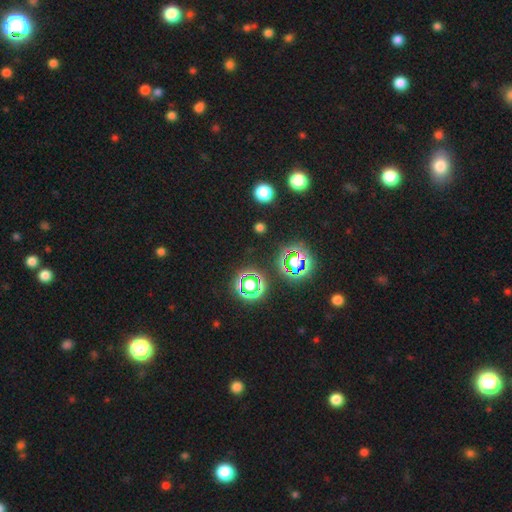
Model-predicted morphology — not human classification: A star or artifact, not a galaxy (74%).